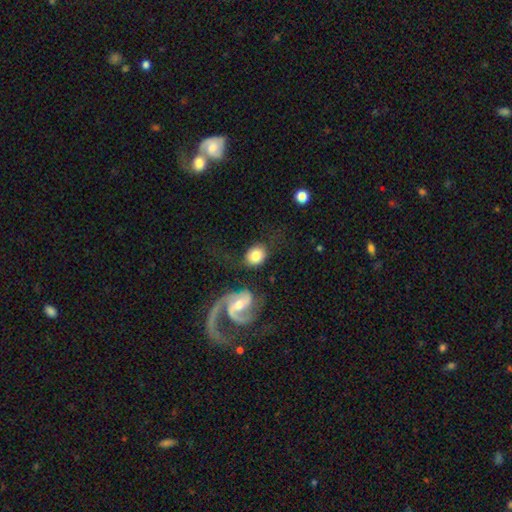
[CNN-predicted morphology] Smooth or featured?
  - smooth: 71% *
  - featured or disk: 22%
  - star or artifact: 7%
How rounded?
  - round: 60% *
  - in between: 38%
  - cigar-shaped: 1%
Merging?
  - none: 59% *
  - minor disturbance: 17%
  - merger: 13%
  - major disturbance: 11%